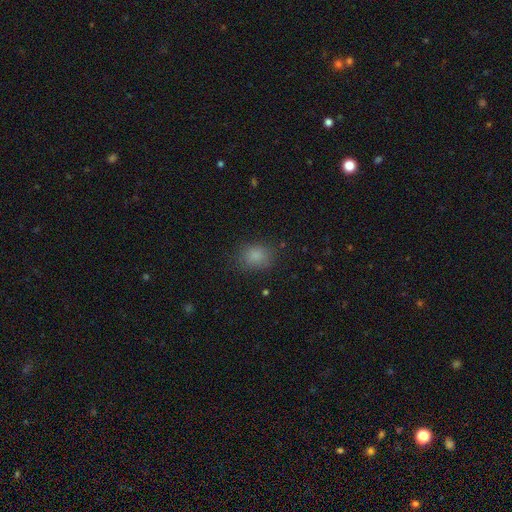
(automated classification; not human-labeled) The model was most divided on "how rounded": in between: 51%, round: 48%, cigar-shaped: 1%. More confident: smooth or featured — smooth (82%); merging — none (78%).